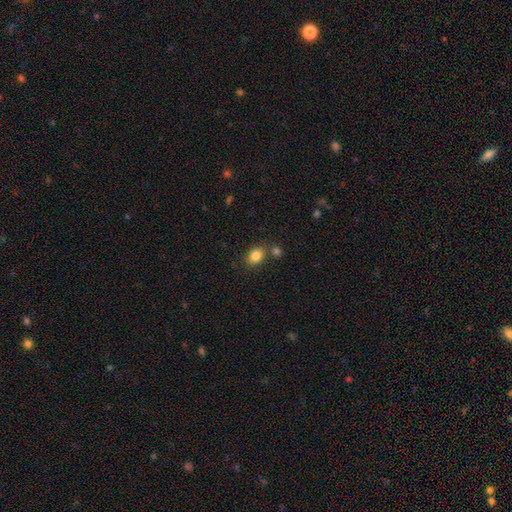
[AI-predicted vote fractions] Q: Smooth or featured?
A: smooth (84%); runner-up: star or artifact (10%)
Q: How rounded?
A: in between (62%); runner-up: round (37%)
Q: Merging?
A: none (70%); runner-up: merger (15%)